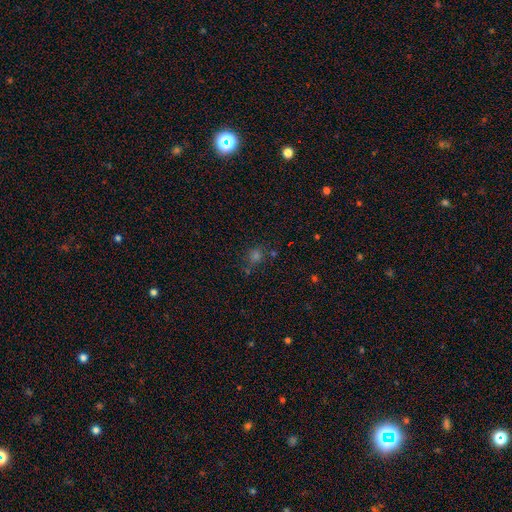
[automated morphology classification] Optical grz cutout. It shows a smooth galaxy with no disk features (58%) that is round (77%). Merging: none (71%).